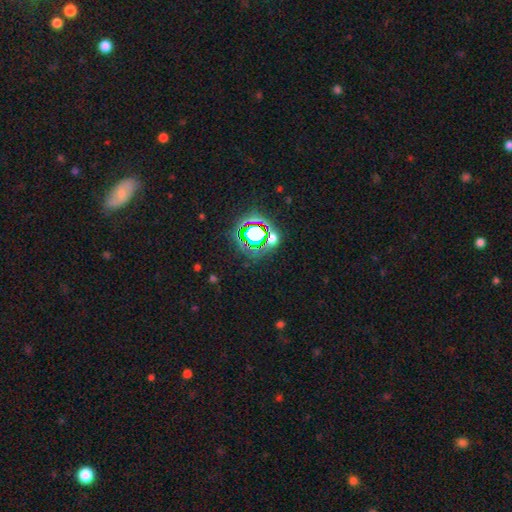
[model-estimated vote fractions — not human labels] smooth_or_featured: star or artifact (p=0.79) [alt: smooth p=0.13]